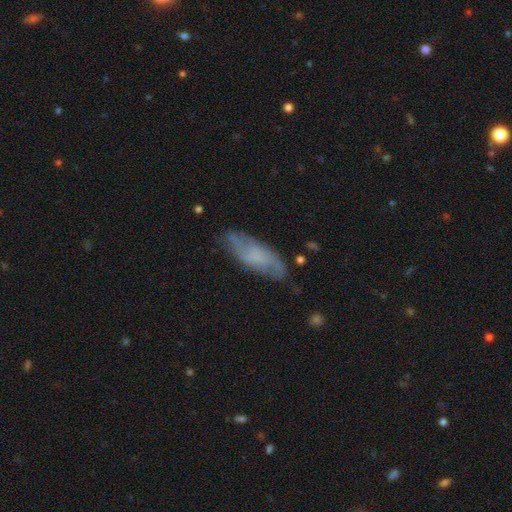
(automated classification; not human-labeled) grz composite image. It shows a featured or disk galaxy (53%). Merging: none (70%).